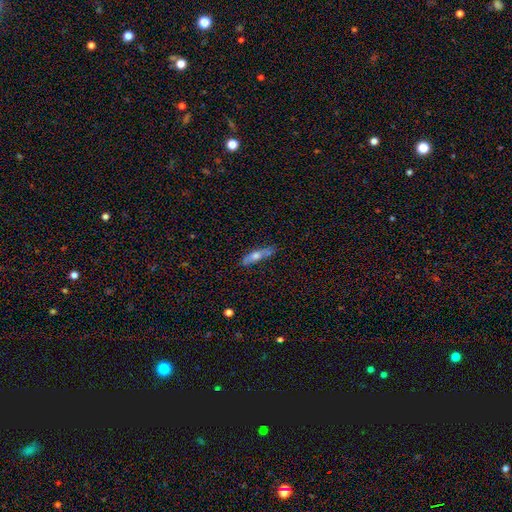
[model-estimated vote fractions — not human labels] Smooth or featured? Predicted: smooth (p=0.48). Merging? Predicted: none (p=0.72).